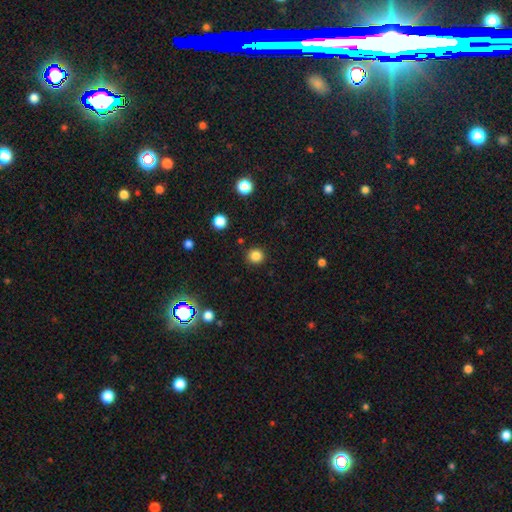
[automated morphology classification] Overall: smooth (84%). How rounded: round (92%). Merging: none (90%).